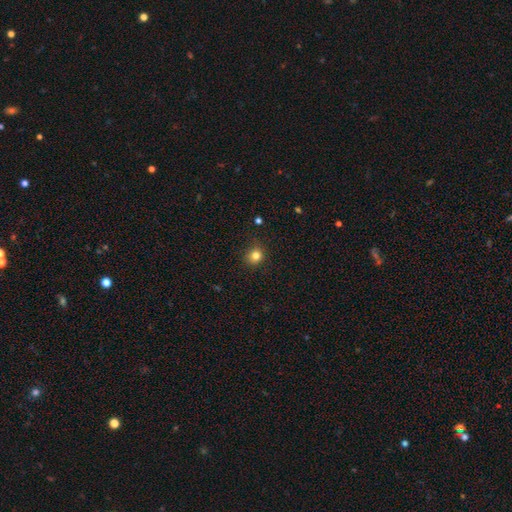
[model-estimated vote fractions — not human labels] A smooth galaxy with no disk features (81%) that is round (86%).

Vote fractions:
- Smooth or featured? smooth: 81% / star or artifact: 13% / featured or disk: 6%
- How rounded? round: 86% / in between: 13% / cigar-shaped: 1%
- Merging? none: 87% / minor disturbance: 9% / major disturbance: 2% / merger: 1%